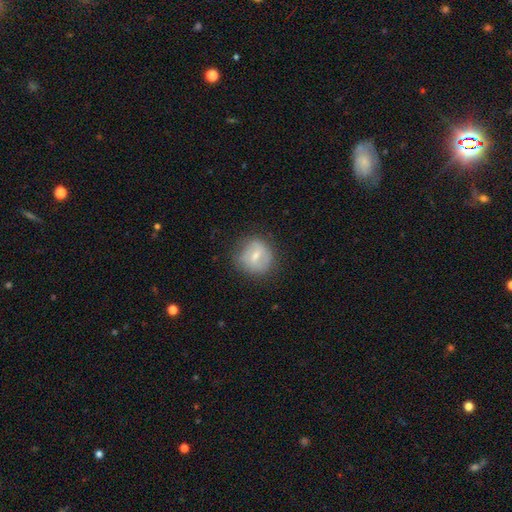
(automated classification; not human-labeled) A smooth galaxy with no disk features (51%) that is round (86%). Merging: none (73%).